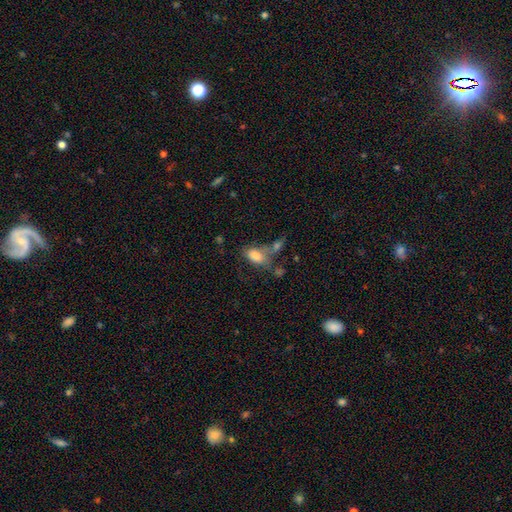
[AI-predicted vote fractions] A smooth galaxy with no disk features (79%) that is in between round and cigar-shaped (90%).

Vote fractions:
- Smooth or featured? smooth: 79% / featured or disk: 13% / star or artifact: 9%
- How rounded? in between: 90% / round: 6% / cigar-shaped: 3%
- Merging? none: 45% / merger: 26% / minor disturbance: 18% / major disturbance: 11%